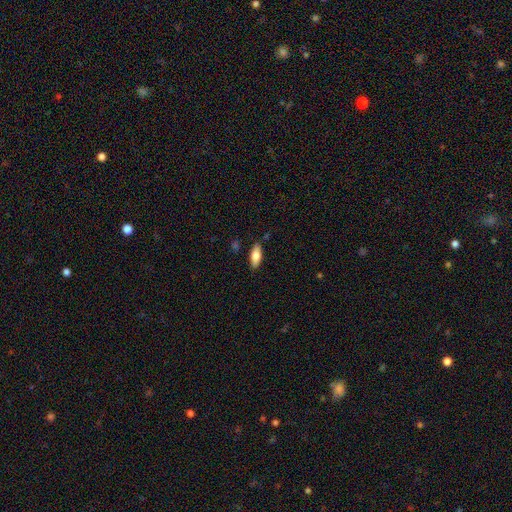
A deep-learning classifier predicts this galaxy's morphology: Smooth or featured? Predicted: smooth (p=0.75). How rounded? Predicted: in between (p=0.77). Merging? Predicted: none (p=0.83).